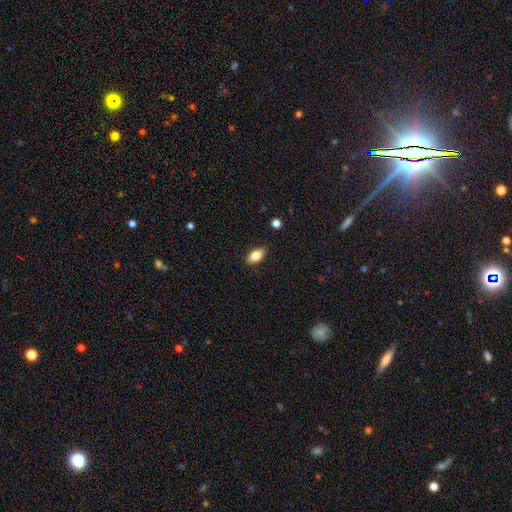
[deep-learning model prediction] smooth 79%, featured or disk 13%, star or artifact 8%. Down the decision tree: how rounded — in between (90%); merging — none (88%).